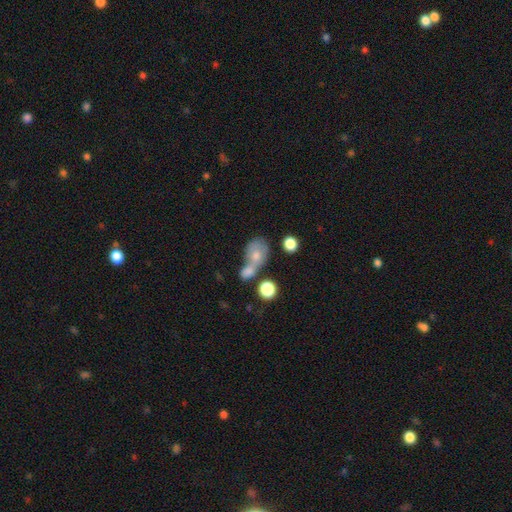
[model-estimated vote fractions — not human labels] Overall: smooth (67%). How rounded: in between (53%; round 45%). Merging: merger (57%; none 22%).